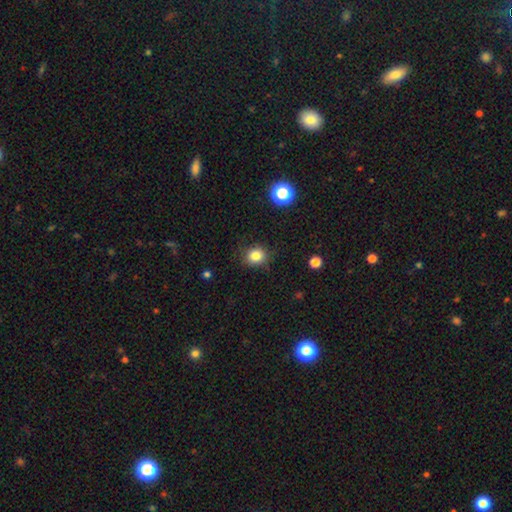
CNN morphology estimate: Smooth or featured: smooth — 83% (star or artifact — 12%)
How rounded: round — 73% (in between — 27%)
Merging: none — 84% (minor disturbance — 11%)